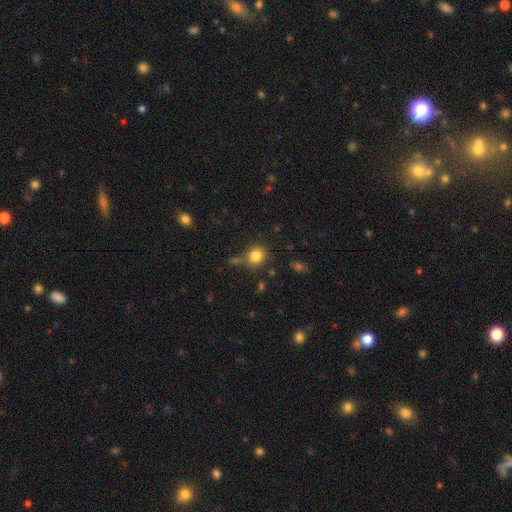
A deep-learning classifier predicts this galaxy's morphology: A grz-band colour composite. It shows a smooth galaxy with no disk features (82%) that is round (78%). Merging: none (70%).